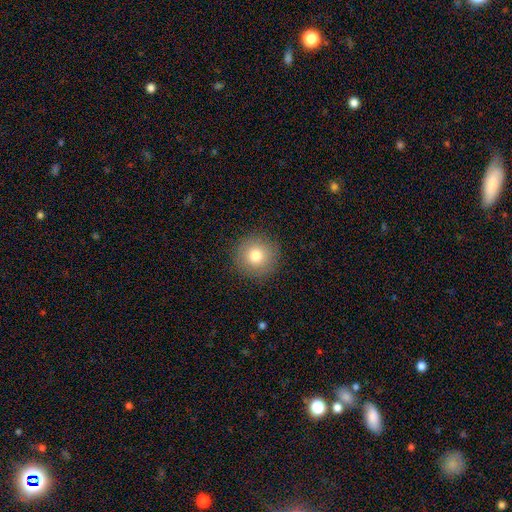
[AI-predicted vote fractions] The model was most divided on "smooth or featured": smooth: 77%, star or artifact: 12%, featured or disk: 11%. More confident: how rounded — round (95%); merging — none (90%).